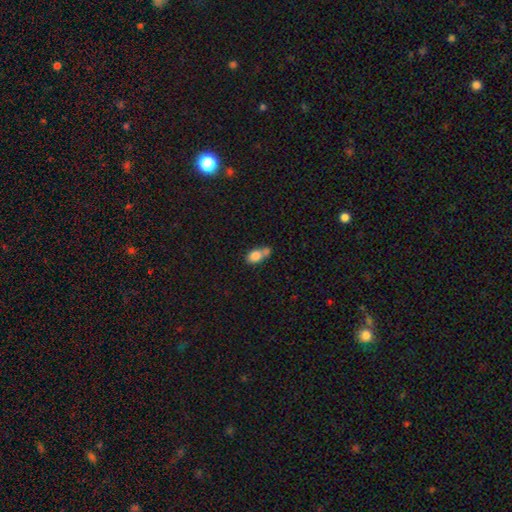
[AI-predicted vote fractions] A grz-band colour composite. It shows a smooth galaxy with no disk features (79%) that is in between round and cigar-shaped (76%). Merging: merger (50%).